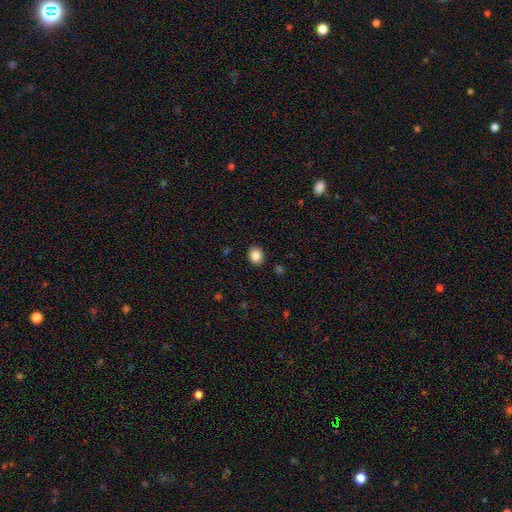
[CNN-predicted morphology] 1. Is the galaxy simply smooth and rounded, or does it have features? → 85% smooth, 9% star or artifact, 6% featured or disk.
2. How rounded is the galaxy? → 62% round, 38% in between, 1% cigar-shaped.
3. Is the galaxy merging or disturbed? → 89% none, 7% minor disturbance, 2% major disturbance, 1% merger.